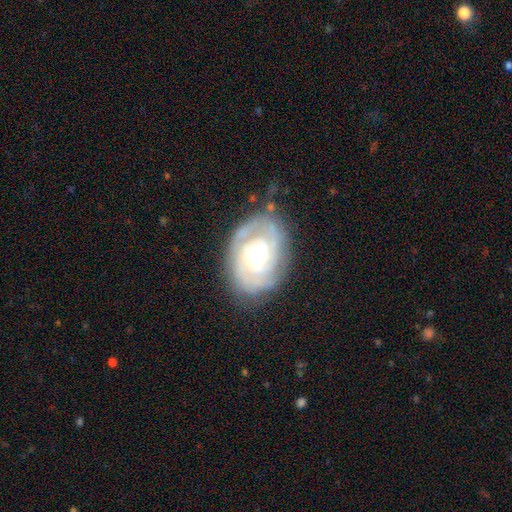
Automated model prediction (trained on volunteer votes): A featured or disk galaxy (83%) with no bar (69%), tight (71%) spiral arms (92%) and a moderate central bulge (68%).

Vote fractions:
- Smooth or featured? featured or disk: 83% / smooth: 11% / star or artifact: 5%
- Edge-on disk? no: 96% / yes: 4%
- Bar? no: 69% / weak: 24% / strong: 6%
- Spiral arms? yes: 92% / no: 8%
- Spiral winding? tight: 71% / medium: 23% / loose: 6%
- Spiral arm count? can't tell: 32% / 2: 28% / 3: 23% / 4: 7% / 1: 6% / more than 4: 5%
- Bulge size? moderate: 68% / large: 19% / small: 10% / dominant: 1% / none: 1%
- Merging? none: 75% / minor disturbance: 17% / major disturbance: 6% / merger: 1%